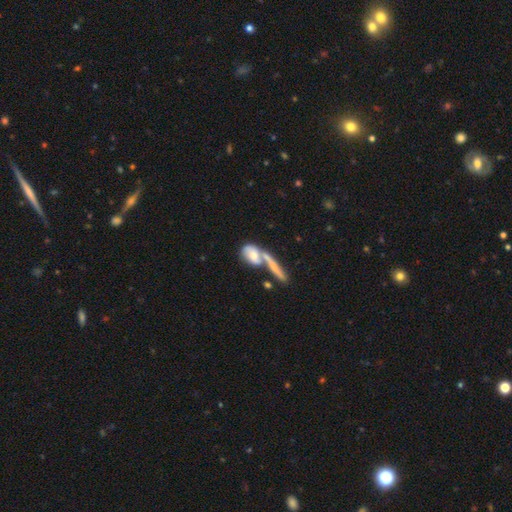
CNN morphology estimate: smooth 57%, featured or disk 35%, star or artifact 8%. Down the decision tree: how rounded — in between (52%); merging — merger (53%).